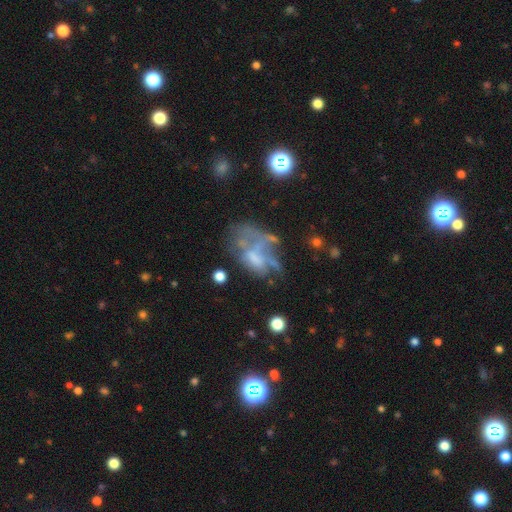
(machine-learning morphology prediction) type=featured or disk (56%); edge-on=no (97%); bar=no (80%); spiral arms=no (81%); bulge=none (54%); merging=major disturbance (45%).